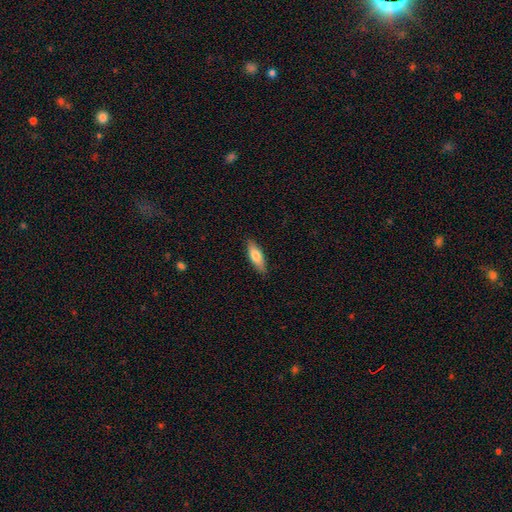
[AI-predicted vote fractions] A smooth galaxy with no disk features (72%) that is in between round and cigar-shaped (56%). Merging: none (86%).